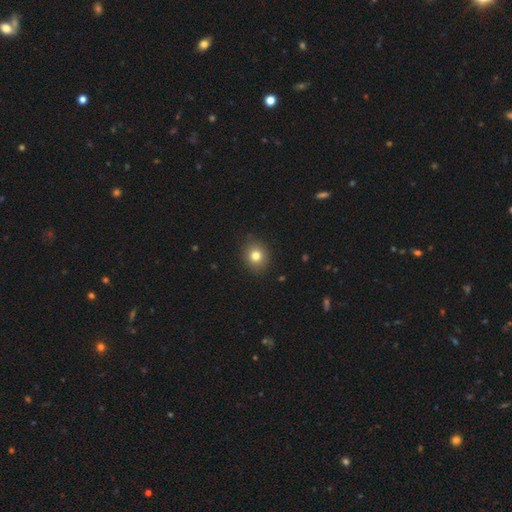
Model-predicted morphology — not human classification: smooth-or-featured: smooth: 80% | star or artifact: 12% | featured or disk: 9%
  how-rounded: round: 73% | in between: 26% | cigar-shaped: 1%
  merging: none: 88% | minor disturbance: 8% | major disturbance: 2% | merger: 1%